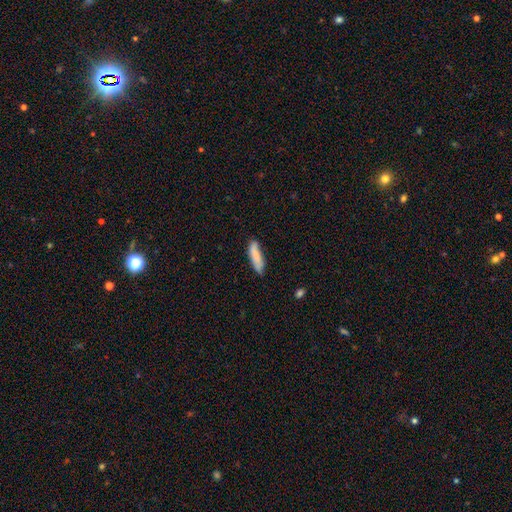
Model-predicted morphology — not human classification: smooth_or_featured: smooth (p=0.82) [alt: featured or disk p=0.12]
how_rounded: cigar-shaped (p=0.70) [alt: in between p=0.28]
merging: none (p=0.73) [alt: minor disturbance p=0.21]